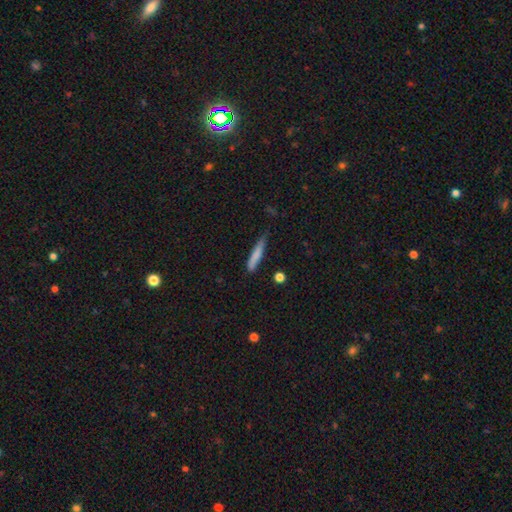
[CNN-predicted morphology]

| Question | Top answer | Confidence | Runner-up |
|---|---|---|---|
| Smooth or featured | smooth | 77% | featured or disk (16%) |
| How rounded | cigar-shaped | 90% | in between (8%) |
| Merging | none | 64% | minor disturbance (28%) |